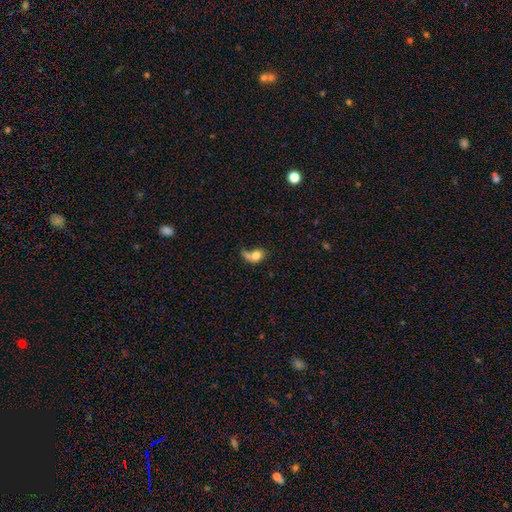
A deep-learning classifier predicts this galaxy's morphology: Smooth or featured: smooth — 74% (featured or disk — 17%)
How rounded: in between — 57% (round — 41%)
Merging: merger — 38% (none — 27%)